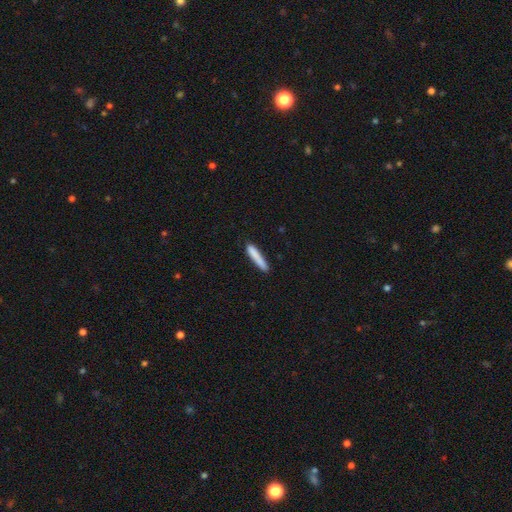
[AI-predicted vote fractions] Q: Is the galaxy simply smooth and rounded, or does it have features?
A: smooth — 83%.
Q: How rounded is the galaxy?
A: cigar-shaped — 92%.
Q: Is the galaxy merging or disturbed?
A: none — 84%.